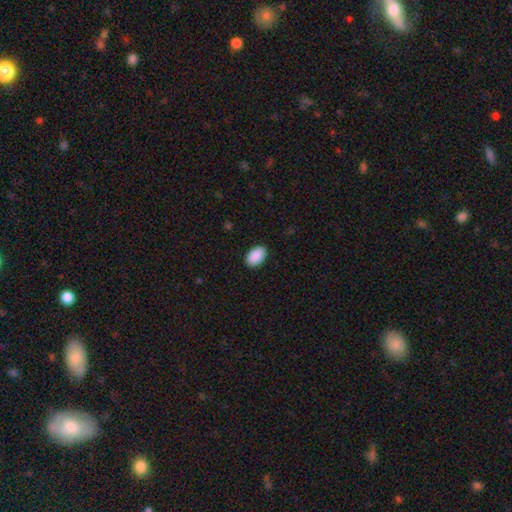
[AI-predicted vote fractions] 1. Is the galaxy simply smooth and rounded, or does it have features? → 91% smooth, 7% star or artifact, 2% featured or disk.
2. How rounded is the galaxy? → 92% in between, 7% round, 1% cigar-shaped.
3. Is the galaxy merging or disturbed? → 90% none, 8% minor disturbance, 2% major disturbance, 1% merger.